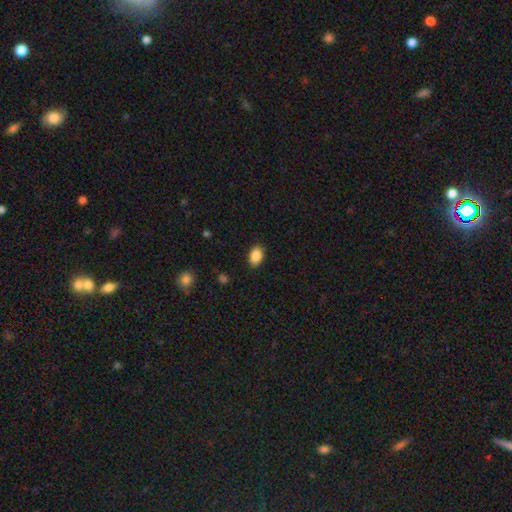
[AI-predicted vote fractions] Morphology: type=smooth (89%); roundness=in between (86%); merging=none (87%).